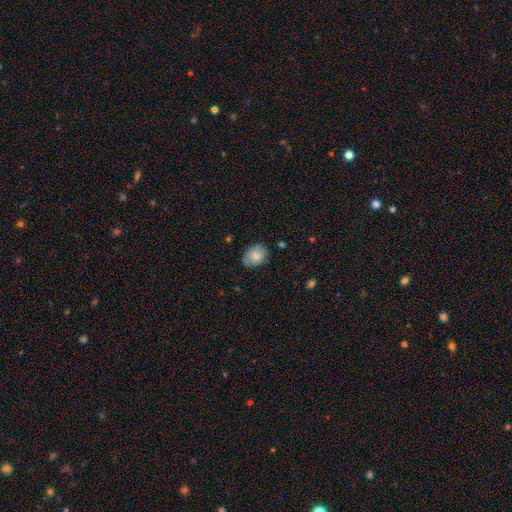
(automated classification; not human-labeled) smooth 80%, featured or disk 13%, star or artifact 7%. Down the decision tree: how rounded — in between (75%); merging — none (77%).